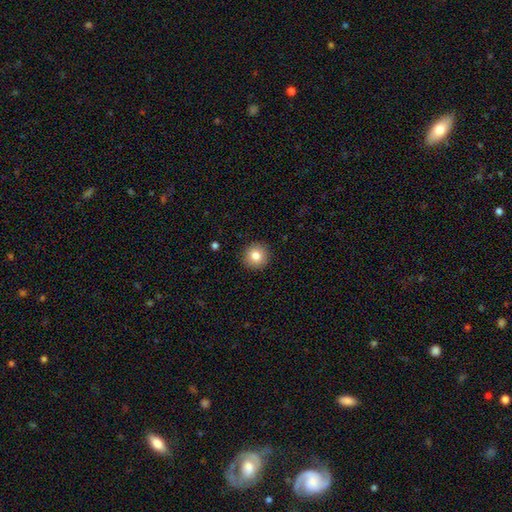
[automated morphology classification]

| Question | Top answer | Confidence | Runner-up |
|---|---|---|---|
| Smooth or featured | smooth | 82% | star or artifact (10%) |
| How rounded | round | 94% | in between (5%) |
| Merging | none | 92% | minor disturbance (5%) |